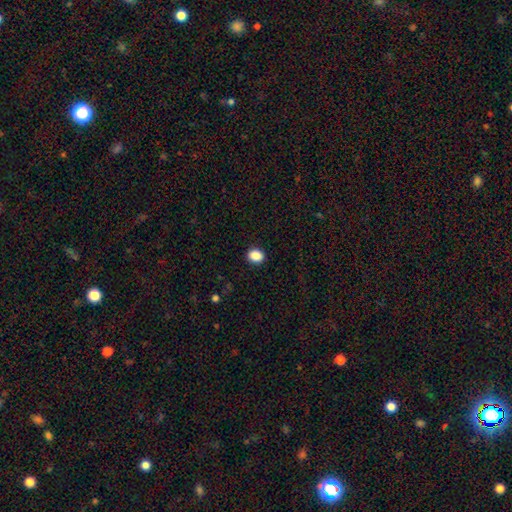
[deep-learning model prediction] smooth-or-featured: smooth: 89% | star or artifact: 9% | featured or disk: 3%
  how-rounded: round: 56% | in between: 43% | cigar-shaped: 1%
  merging: none: 91% | minor disturbance: 6% | major disturbance: 2% | merger: 1%